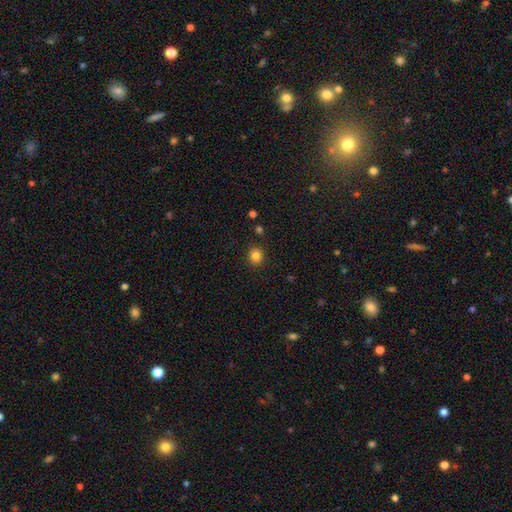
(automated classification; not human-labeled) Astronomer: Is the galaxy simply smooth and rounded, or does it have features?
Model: smooth — 84%.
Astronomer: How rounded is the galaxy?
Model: round — 83%.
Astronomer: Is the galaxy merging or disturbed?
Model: none — 90%.